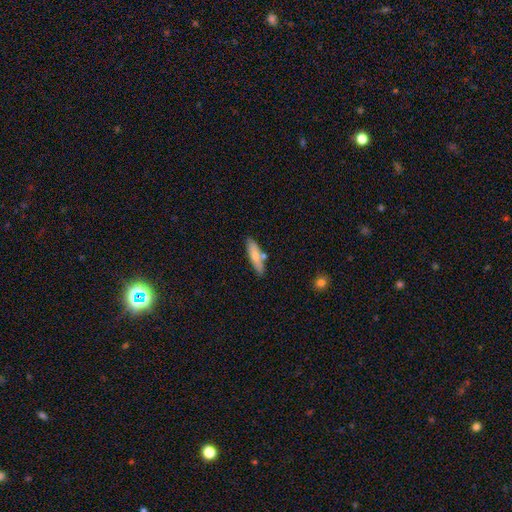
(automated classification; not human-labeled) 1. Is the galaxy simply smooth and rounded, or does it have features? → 70% smooth, 23% featured or disk, 6% star or artifact.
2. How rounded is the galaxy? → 68% cigar-shaped, 30% in between, 2% round.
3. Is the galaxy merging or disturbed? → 73% none, 14% minor disturbance, 10% merger, 3% major disturbance.